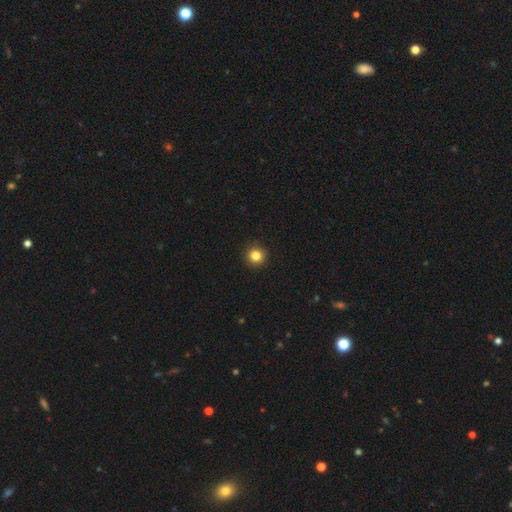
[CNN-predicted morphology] A smooth galaxy with no disk features (84%) that is round (95%).

Vote fractions:
- Smooth or featured? smooth: 84% / star or artifact: 12% / featured or disk: 5%
- How rounded? round: 95% / in between: 4% / cigar-shaped: 1%
- Merging? none: 93% / minor disturbance: 4% / major disturbance: 2% / merger: 1%